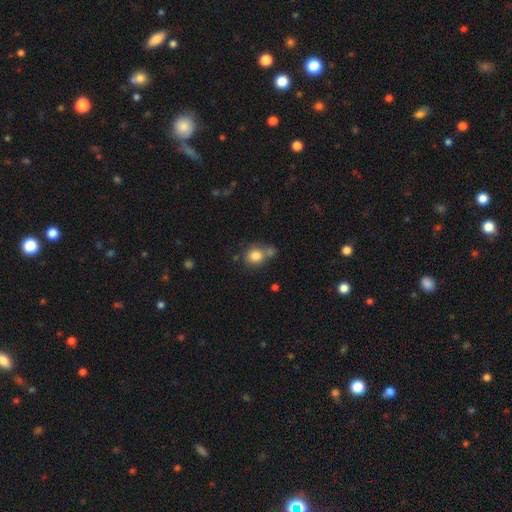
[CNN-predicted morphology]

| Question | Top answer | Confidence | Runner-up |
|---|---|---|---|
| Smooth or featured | smooth | 82% | star or artifact (10%) |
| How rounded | round | 65% | in between (33%) |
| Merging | none | 53% | merger (27%) |